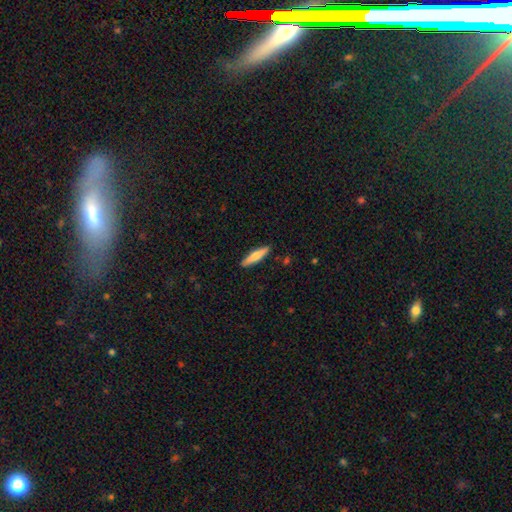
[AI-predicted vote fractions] Smooth or featured? smooth (70%)
How rounded? cigar-shaped (81%)
Merging? none (90%)